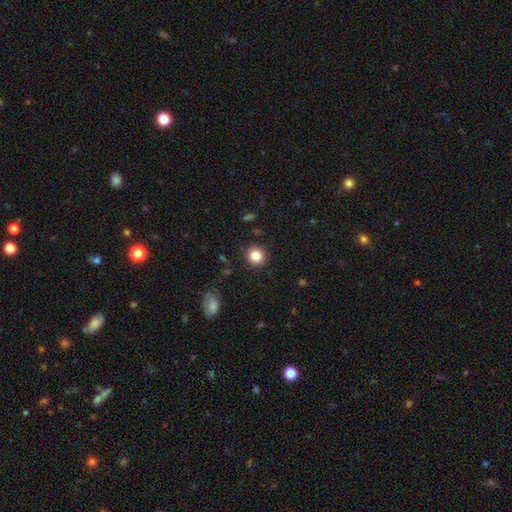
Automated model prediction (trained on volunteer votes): A smooth galaxy with no disk features (85%) that is round (91%).

Vote fractions:
- Smooth or featured? smooth: 85% / star or artifact: 10% / featured or disk: 5%
- How rounded? round: 91% / in between: 8% / cigar-shaped: 1%
- Merging? none: 90% / minor disturbance: 6% / major disturbance: 2% / merger: 1%